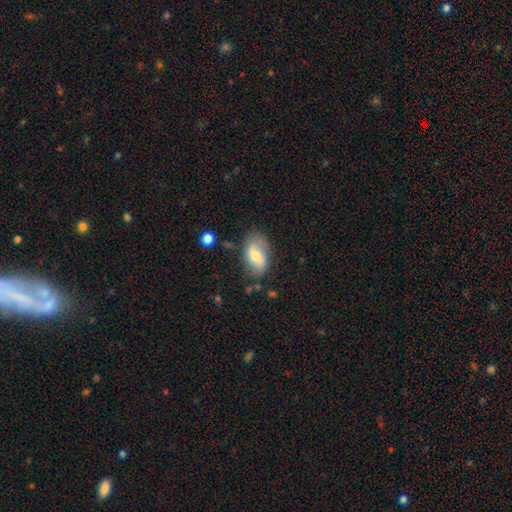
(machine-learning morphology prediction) A smooth galaxy with no disk features (49%).

Vote fractions:
- Smooth or featured? smooth: 49% / featured or disk: 43% / star or artifact: 7%
- Merging? none: 69% / minor disturbance: 21% / major disturbance: 7% / merger: 3%